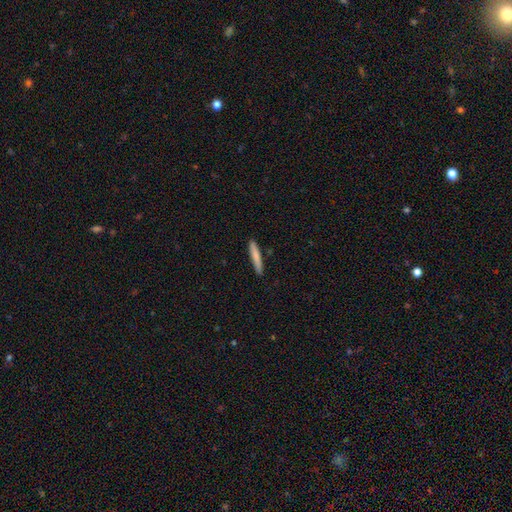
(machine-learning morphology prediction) Smooth or featured? smooth (81%)
How rounded? cigar-shaped (94%)
Merging? none (88%)